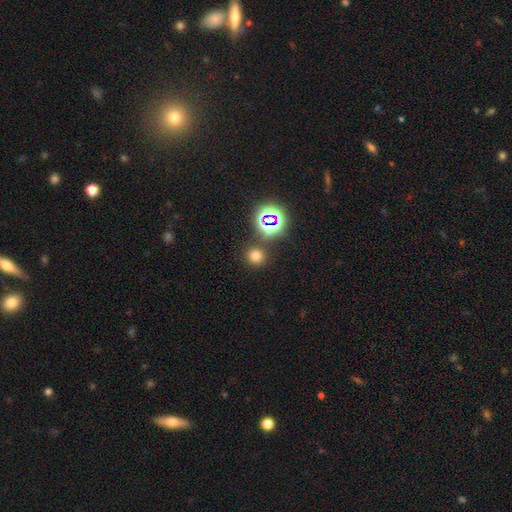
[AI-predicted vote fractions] smooth_or_featured: smooth (p=0.69) [alt: star or artifact p=0.25]
how_rounded: round (p=0.90) [alt: in between p=0.09]
merging: none (p=0.83) [alt: minor disturbance p=0.07]